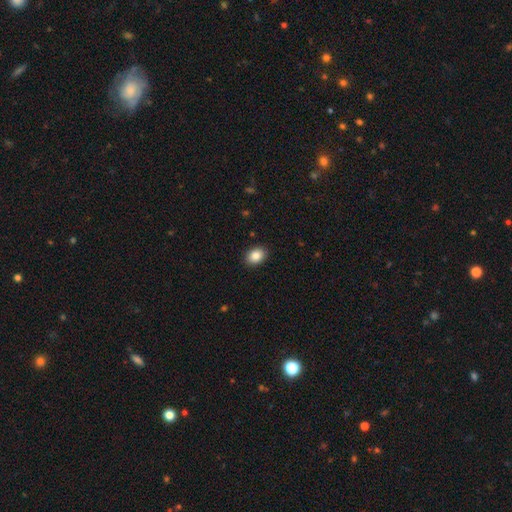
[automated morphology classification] This appears to be a smooth galaxy with no disk features (87%) that is in between round and cigar-shaped (70%). Merging: none (90%).